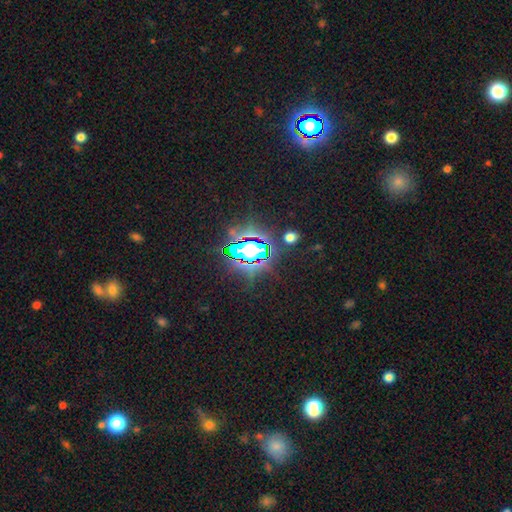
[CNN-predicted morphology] type=star or artifact (82%).